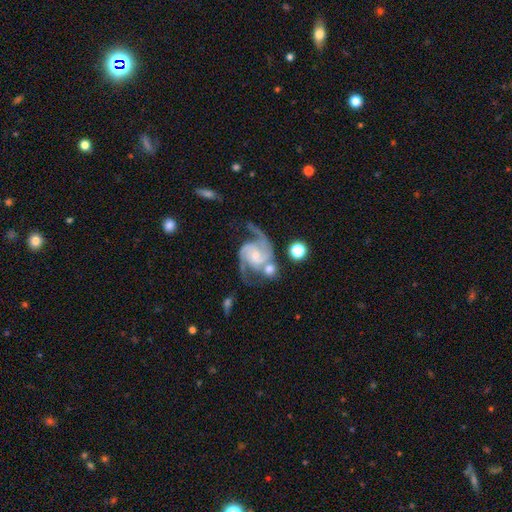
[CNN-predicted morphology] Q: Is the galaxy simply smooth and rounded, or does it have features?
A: featured or disk — 90%.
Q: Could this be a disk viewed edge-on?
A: no — 98%.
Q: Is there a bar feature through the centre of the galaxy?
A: no — 55%.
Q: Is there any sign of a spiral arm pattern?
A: yes — 98%.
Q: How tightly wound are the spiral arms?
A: medium — 53%.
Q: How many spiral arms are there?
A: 2 — 89%.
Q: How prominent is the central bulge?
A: small — 44%.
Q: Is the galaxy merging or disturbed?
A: none — 48%.